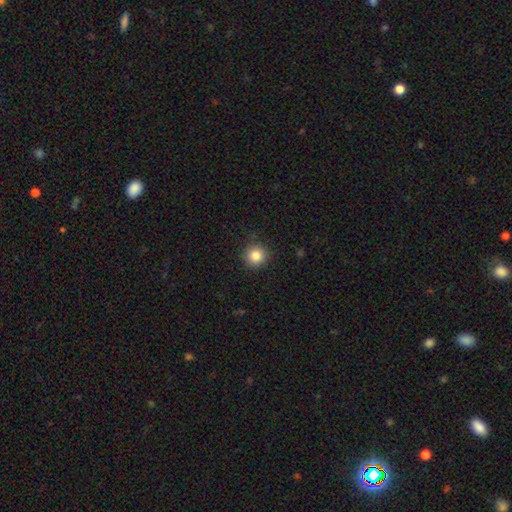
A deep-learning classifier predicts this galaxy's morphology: smooth-or-featured: smooth: 85% | star or artifact: 10% | featured or disk: 5%
  how-rounded: round: 94% | in between: 5% | cigar-shaped: 1%
  merging: none: 89% | minor disturbance: 8% | major disturbance: 2% | merger: 1%